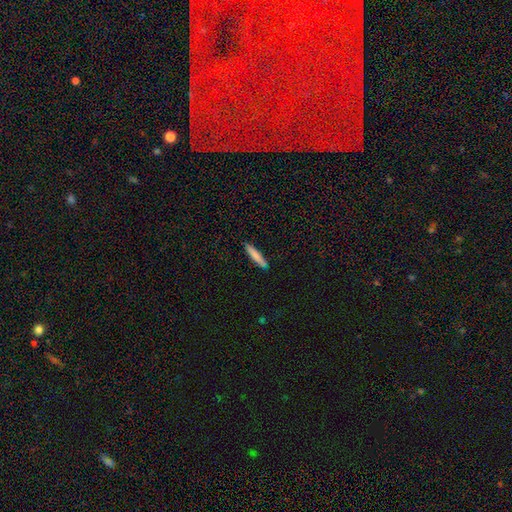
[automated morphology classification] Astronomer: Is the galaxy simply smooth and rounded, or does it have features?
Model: smooth — 80%.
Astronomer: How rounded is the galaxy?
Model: cigar-shaped — 91%.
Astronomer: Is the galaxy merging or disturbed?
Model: none — 86%.